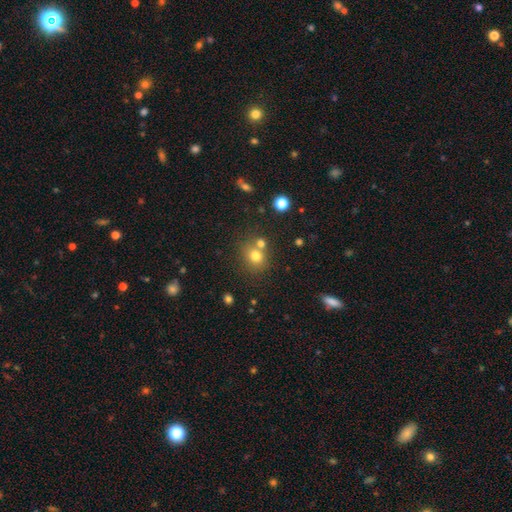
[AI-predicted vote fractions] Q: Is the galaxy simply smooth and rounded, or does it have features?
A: smooth — 75%.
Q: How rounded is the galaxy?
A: round — 77%.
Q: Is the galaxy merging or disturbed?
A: none — 61%.